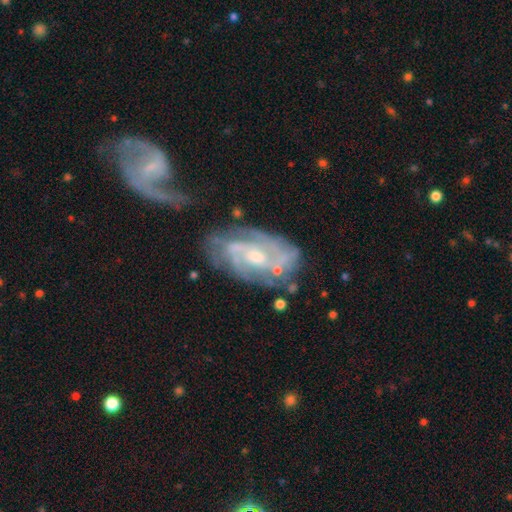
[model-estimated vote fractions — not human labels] The model was most divided on "bulge size": moderate: 48%, small: 45%, none: 3%, large: 3%, dominant: 1%. Remaining: edge-on disk — no (96%); spiral arms — yes (94%); smooth or featured — featured or disk (86%); bar — no (54%); merging — none (54%); spiral winding — tight (48%); spiral arm count — 2 (38%).